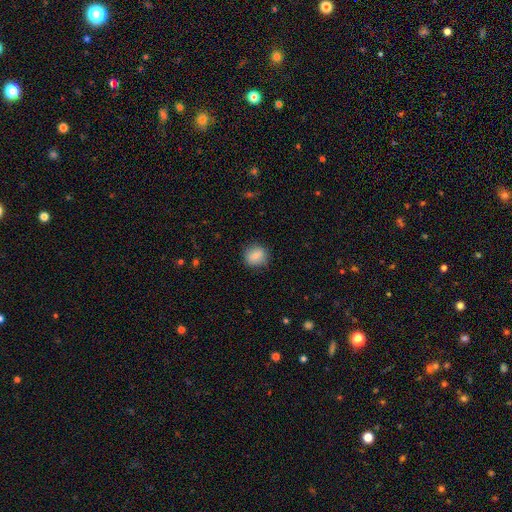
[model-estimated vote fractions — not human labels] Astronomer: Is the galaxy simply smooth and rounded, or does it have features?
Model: smooth — 83%.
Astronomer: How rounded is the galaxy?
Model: round — 74%.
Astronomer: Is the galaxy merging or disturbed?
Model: none — 87%.